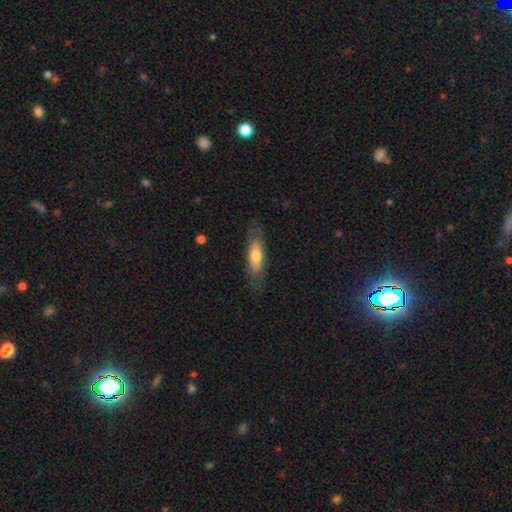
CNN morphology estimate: Smooth or featured? Predicted: smooth (p=0.62). How rounded? Predicted: in between (p=0.51). Merging? Predicted: none (p=0.77).